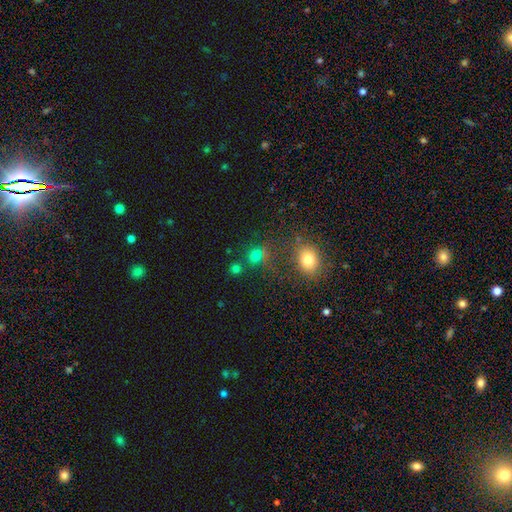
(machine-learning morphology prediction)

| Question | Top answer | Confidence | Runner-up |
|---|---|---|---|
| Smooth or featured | smooth | 69% | star or artifact (23%) |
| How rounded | round | 80% | in between (19%) |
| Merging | none | 69% | merger (14%) |